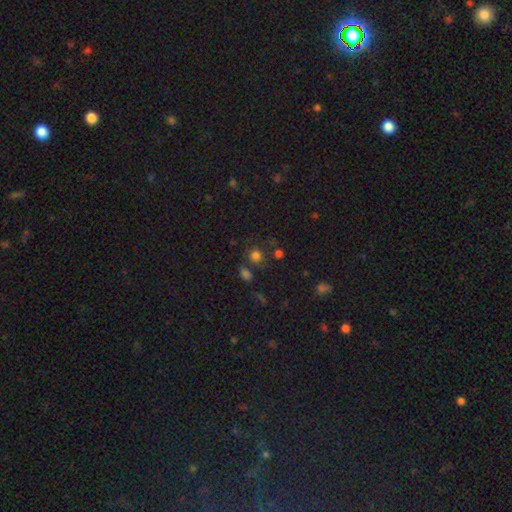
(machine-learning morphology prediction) smooth_or_featured: smooth (p=0.74) [alt: star or artifact p=0.20]
how_rounded: round (p=0.86) [alt: in between p=0.13]
merging: none (p=0.71) [alt: merger p=0.13]